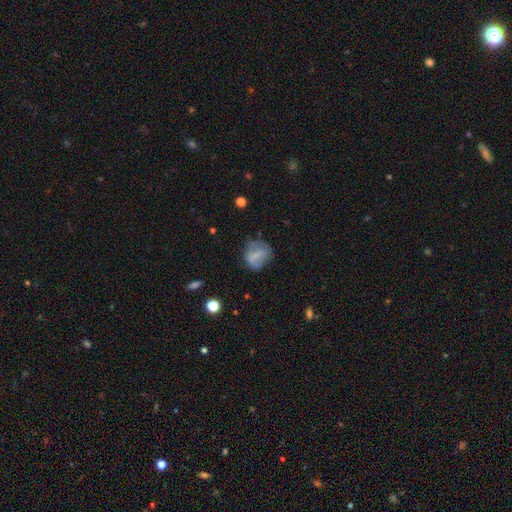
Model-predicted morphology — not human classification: Smooth or featured?
  - smooth: 60% *
  - featured or disk: 30%
  - star or artifact: 10%
How rounded?
  - round: 59% *
  - in between: 39%
  - cigar-shaped: 2%
Merging?
  - none: 55% *
  - minor disturbance: 28%
  - major disturbance: 15%
  - merger: 2%